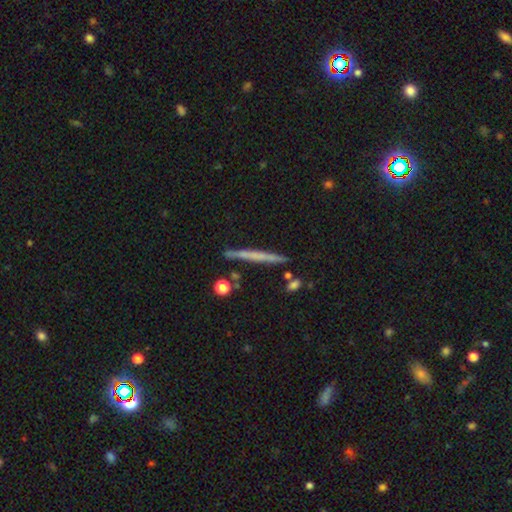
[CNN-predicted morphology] A smooth galaxy with no disk features (47%).

Vote fractions:
- Smooth or featured? smooth: 47% / featured or disk: 46% / star or artifact: 7%
- Merging? none: 89% / minor disturbance: 7% / merger: 3% / major disturbance: 2%